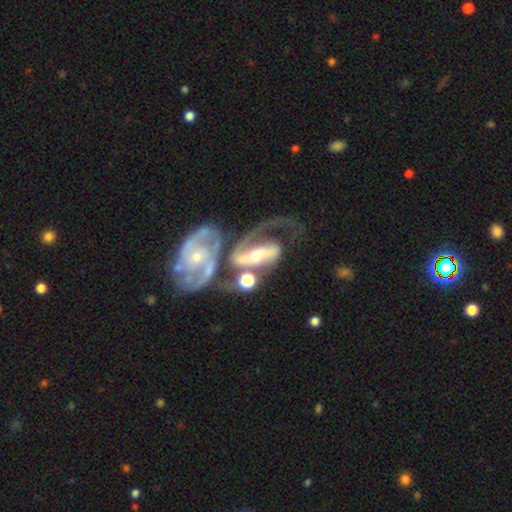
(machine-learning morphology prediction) type=featured or disk (85%); edge-on=no (94%); bar=strong (47%); spiral arms=yes (92%); winding=medium (47%); arm count=2 (70%); bulge=moderate (50%); merging=merger (46%).